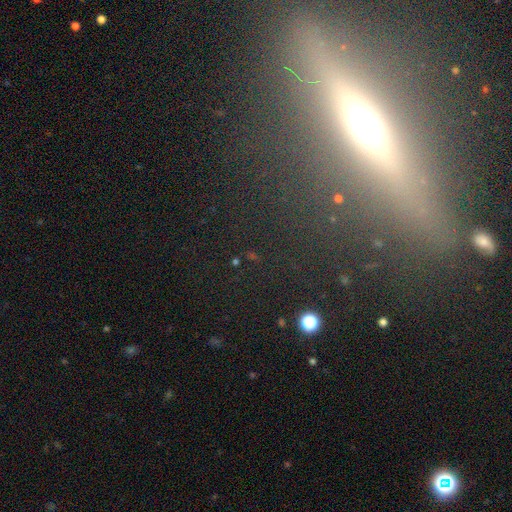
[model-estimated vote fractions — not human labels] smooth_or_featured: featured or disk (p=0.62) [alt: star or artifact p=0.19]
disk_edge_on: yes (p=0.87) [alt: no p=0.13]
edge_on_bulge: rounded (p=0.89) [alt: boxy p=0.06]
merging: none (p=0.84) [alt: minor disturbance p=0.09]